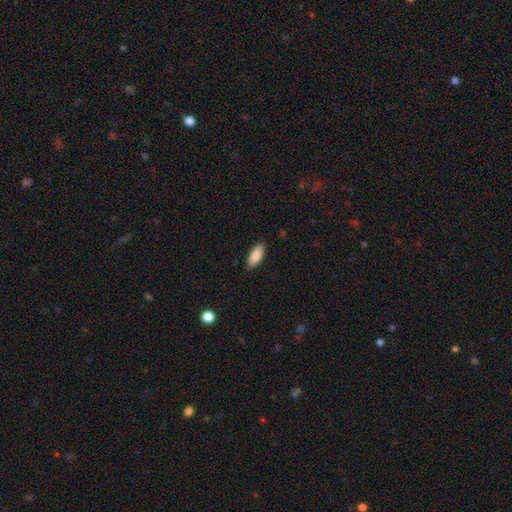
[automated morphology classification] smooth-or-featured: smooth: 87% | featured or disk: 7% | star or artifact: 6%
  how-rounded: in between: 82% | cigar-shaped: 16% | round: 2%
  merging: none: 88% | minor disturbance: 9% | major disturbance: 2% | merger: 1%